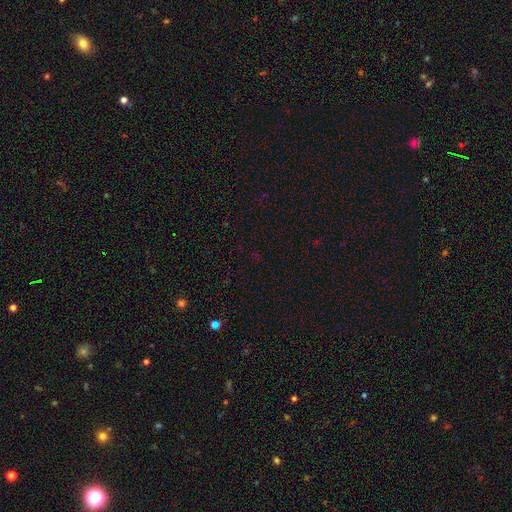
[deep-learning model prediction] Smooth or featured?
  - star or artifact: 68% *
  - smooth: 25%
  - featured or disk: 7%